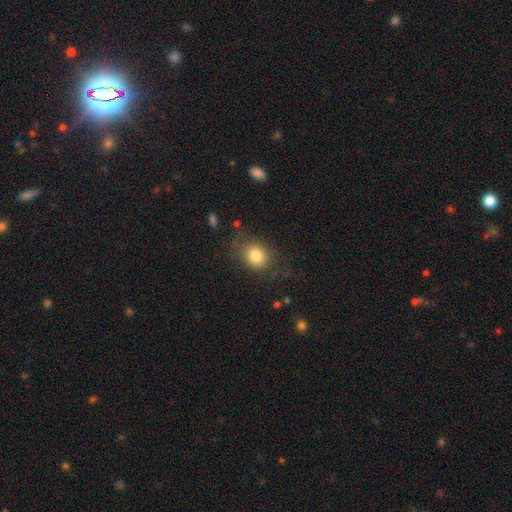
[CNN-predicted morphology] A smooth galaxy with no disk features (81%) that is round (56%).

Vote fractions:
- Smooth or featured? smooth: 81% / featured or disk: 10% / star or artifact: 10%
- How rounded? round: 56% / in between: 43% / cigar-shaped: 1%
- Merging? none: 66% / minor disturbance: 22% / major disturbance: 10% / merger: 2%